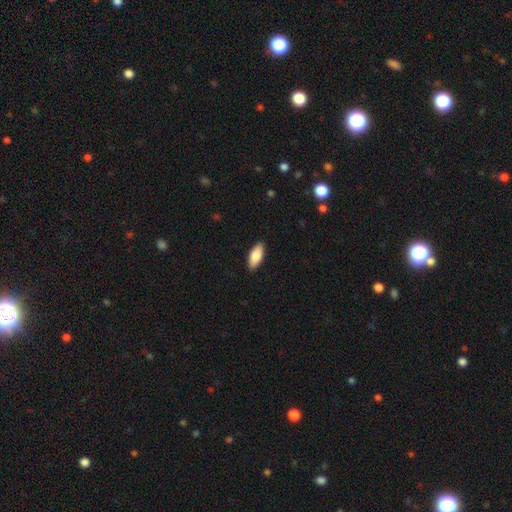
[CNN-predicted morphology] The model was most divided on "how rounded": in between: 85%, cigar-shaped: 13%, round: 2%. More confident: merging — none (90%); smooth or featured — smooth (85%).